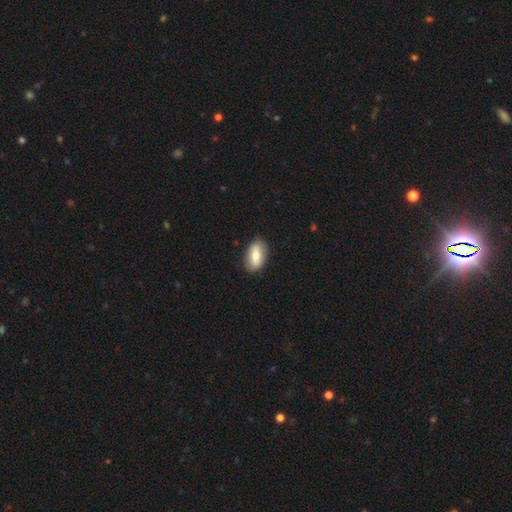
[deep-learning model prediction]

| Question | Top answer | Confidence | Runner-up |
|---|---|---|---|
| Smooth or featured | smooth | 78% | featured or disk (16%) |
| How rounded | in between | 92% | cigar-shaped (4%) |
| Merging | none | 85% | minor disturbance (12%) |